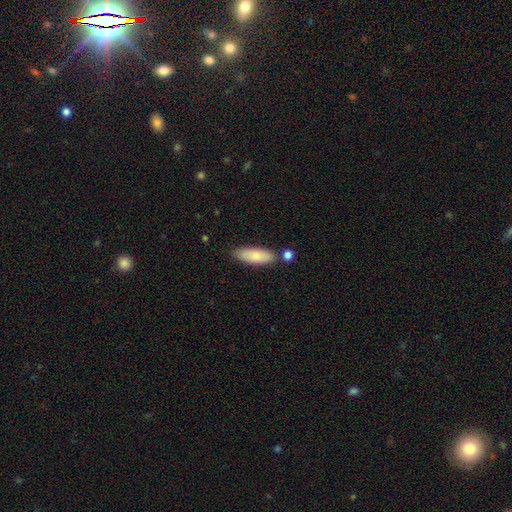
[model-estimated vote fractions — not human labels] Smooth or featured: smooth — 78% (featured or disk — 16%)
How rounded: in between — 58% (cigar-shaped — 40%)
Merging: none — 75% (minor disturbance — 14%)